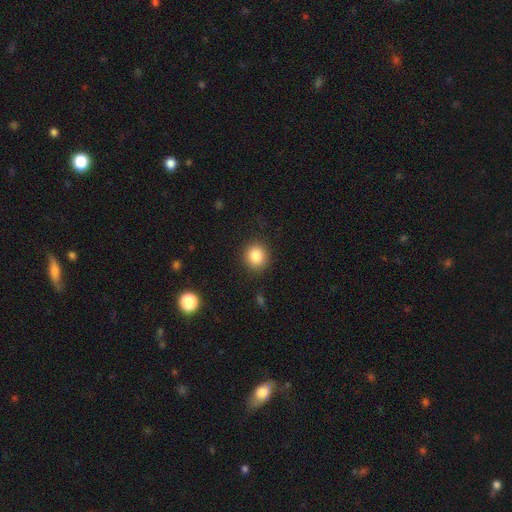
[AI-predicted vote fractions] Smooth or featured? Predicted: smooth (p=0.85). How rounded? Predicted: round (p=0.88). Merging? Predicted: none (p=0.88).